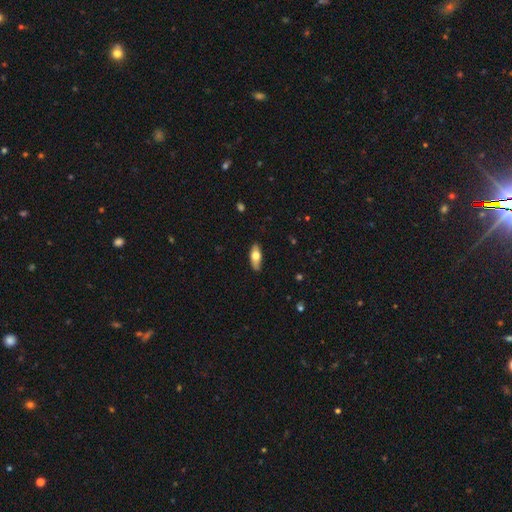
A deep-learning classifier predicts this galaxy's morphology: Overall: smooth (64%; featured or disk 30%). How rounded: in between (75%). Merging: none (85%).